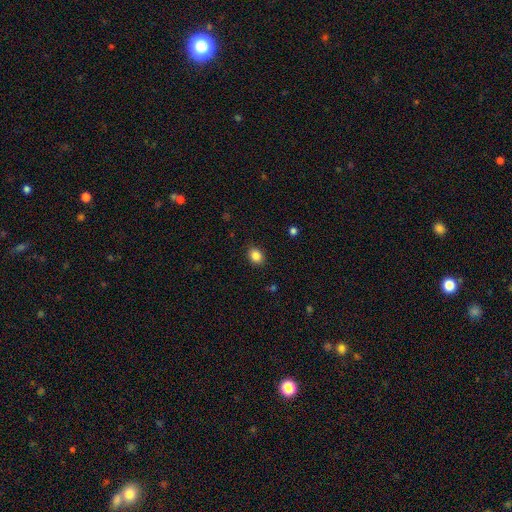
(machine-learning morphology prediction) Overall: smooth (85%). How rounded: round (53%; in between 46%). Merging: none (89%).